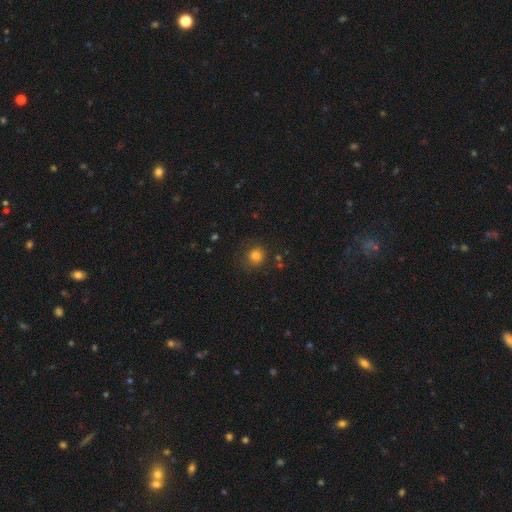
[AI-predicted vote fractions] Q: Smooth or featured?
A: smooth (81%); runner-up: star or artifact (13%)
Q: How rounded?
A: round (89%); runner-up: in between (10%)
Q: Merging?
A: none (81%); runner-up: minor disturbance (12%)